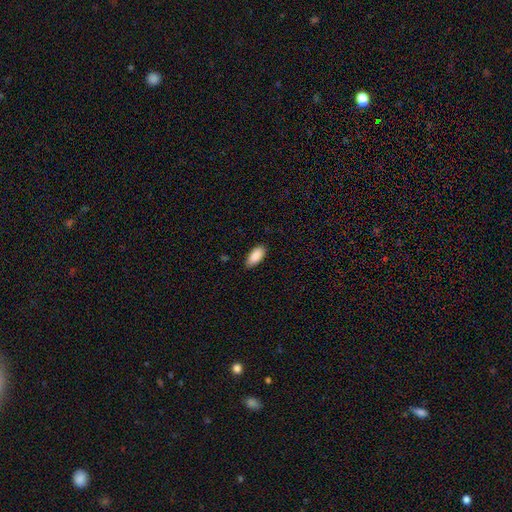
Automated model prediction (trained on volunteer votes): smooth-or-featured: smooth: 90% | star or artifact: 6% | featured or disk: 4%
  how-rounded: in between: 90% | cigar-shaped: 8% | round: 2%
  merging: none: 84% | minor disturbance: 13% | major disturbance: 2% | merger: 1%